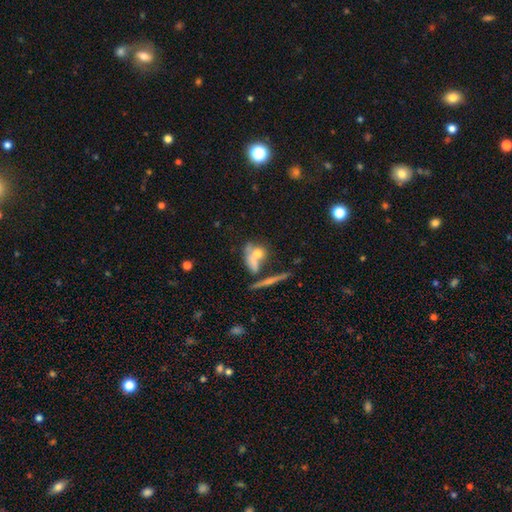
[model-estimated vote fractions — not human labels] smooth_or_featured: smooth (p=0.60) [alt: featured or disk p=0.29]
how_rounded: in between (p=0.49) [alt: round p=0.42]
merging: none (p=0.37) [tied with: merger p=0.37]